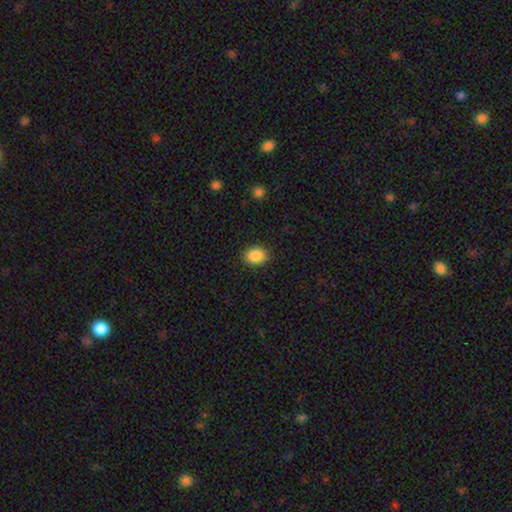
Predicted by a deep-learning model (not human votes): Smooth or featured? Predicted: smooth (p=0.88). How rounded? Predicted: in between (p=0.64). Merging? Predicted: none (p=0.89).